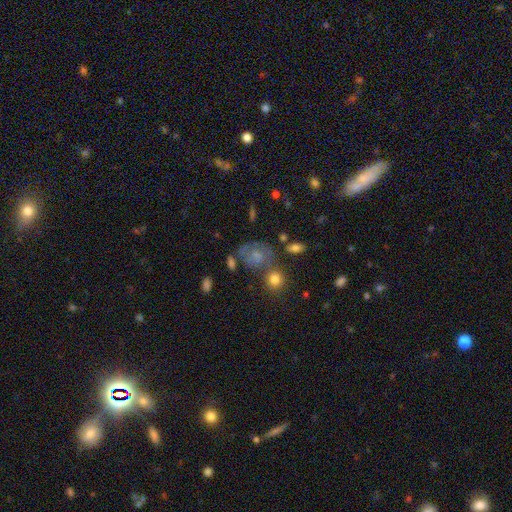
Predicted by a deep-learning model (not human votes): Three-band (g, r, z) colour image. It shows a smooth galaxy with no disk features (49%). Merging: none (46%).